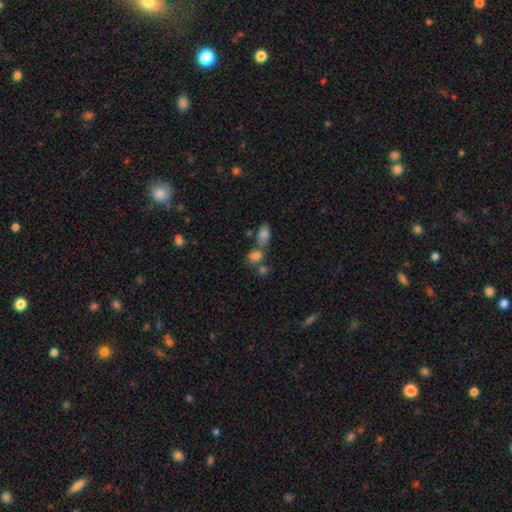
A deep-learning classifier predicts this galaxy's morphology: Smooth or featured? smooth (77%)
How rounded? in between (55%)
Merging? merger (47%)